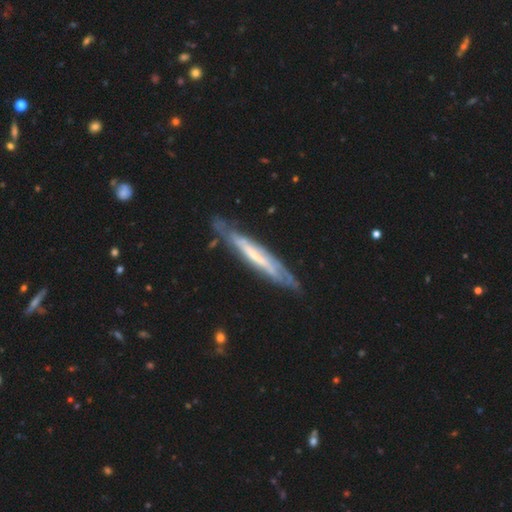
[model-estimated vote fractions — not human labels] A featured or disk galaxy (71%) viewed edge-on (70%). Merging: none (74%).